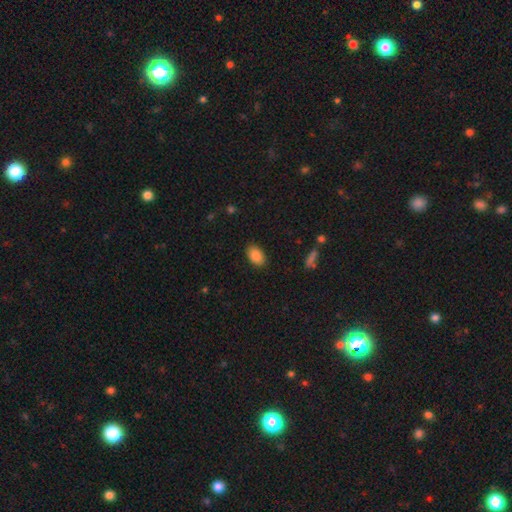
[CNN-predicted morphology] smooth 86%, star or artifact 8%, featured or disk 6%. Down the decision tree: how rounded — in between (90%); merging — none (88%).